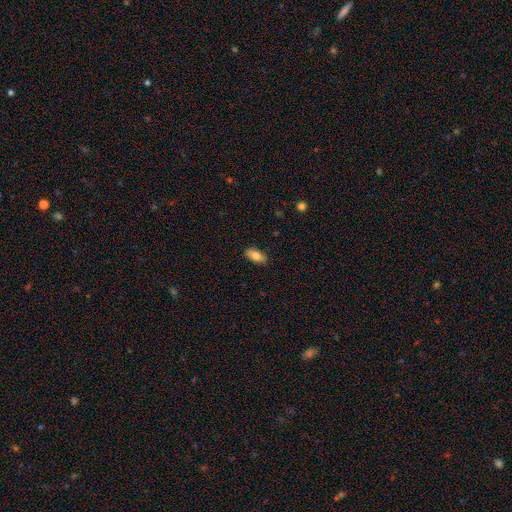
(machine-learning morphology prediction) A smooth galaxy with no disk features (79%) that is in between round and cigar-shaped (89%).

Vote fractions:
- Smooth or featured? smooth: 79% / featured or disk: 14% / star or artifact: 7%
- How rounded? in between: 89% / cigar-shaped: 8% / round: 3%
- Merging? none: 87% / minor disturbance: 10% / major disturbance: 2% / merger: 1%